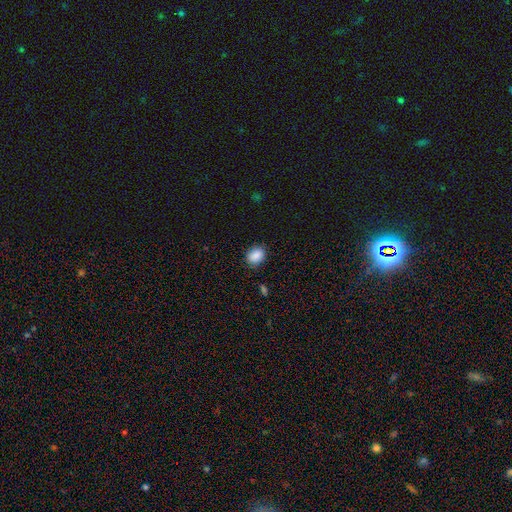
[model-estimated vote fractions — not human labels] The model was most divided on "how rounded": in between: 50%, round: 48%, cigar-shaped: 1%. More confident: smooth or featured — smooth (88%); merging — none (84%).